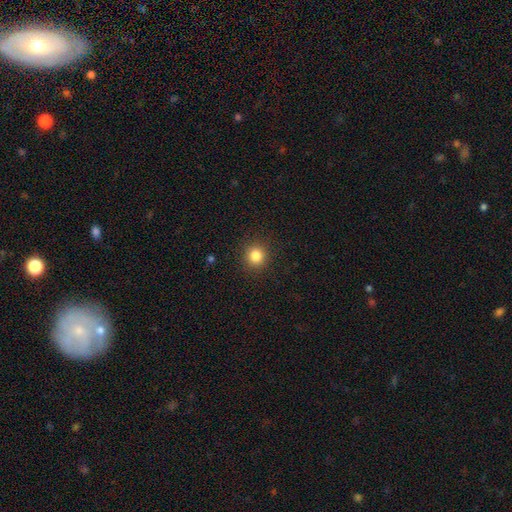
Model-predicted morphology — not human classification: smooth 84%, star or artifact 12%, featured or disk 4%. Down the decision tree: how rounded — round (91%); merging — none (91%).